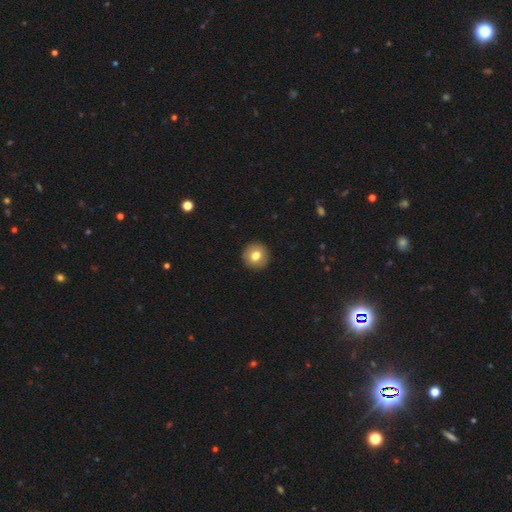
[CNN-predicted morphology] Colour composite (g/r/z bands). It shows a smooth galaxy with no disk features (76%) that is round (94%). Merging: none (92%).